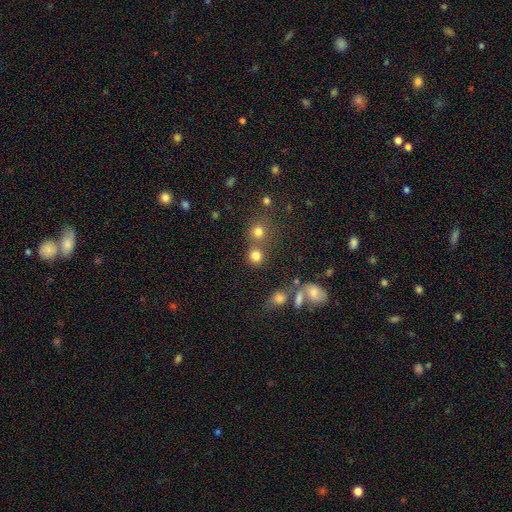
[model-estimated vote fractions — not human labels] smooth 79%, star or artifact 14%, featured or disk 7%. Down the decision tree: how rounded — round (86%); merging — none (64%).